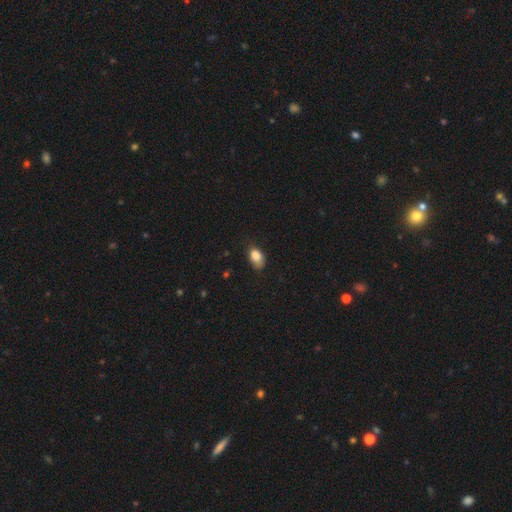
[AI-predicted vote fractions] This is clearly a smooth galaxy (84%). How rounded: clearly in between (85%). Merging: likely none (61%).